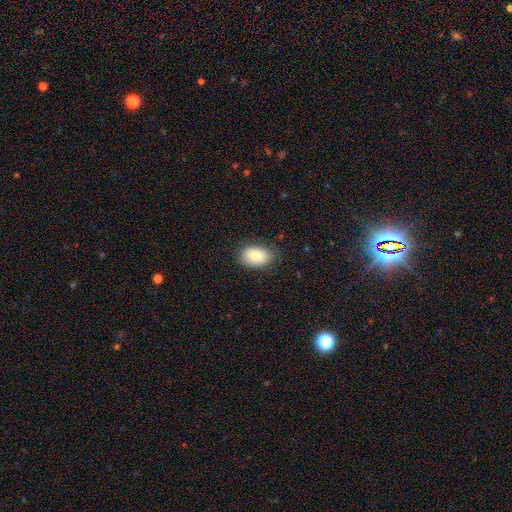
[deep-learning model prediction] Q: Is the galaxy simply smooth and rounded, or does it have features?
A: smooth — 80%.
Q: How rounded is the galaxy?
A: in between — 85%.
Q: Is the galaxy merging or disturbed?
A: none — 78%.